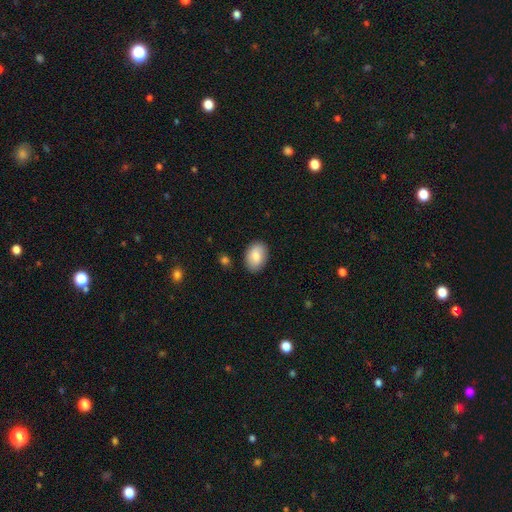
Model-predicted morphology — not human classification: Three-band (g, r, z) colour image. It shows a smooth galaxy with no disk features (83%) that is in between round and cigar-shaped (85%). Merging: none (86%).